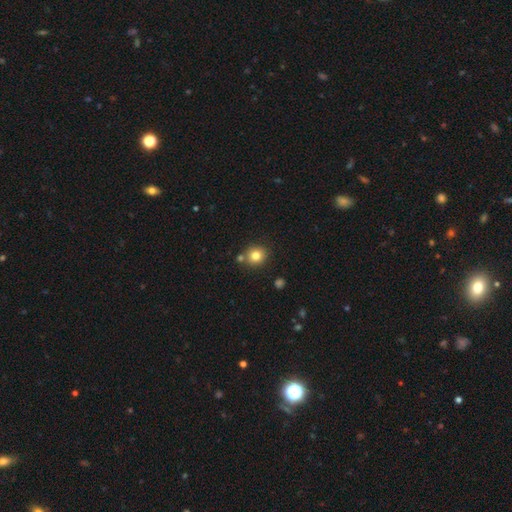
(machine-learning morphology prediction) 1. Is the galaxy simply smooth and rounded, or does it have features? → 81% smooth, 11% star or artifact, 8% featured or disk.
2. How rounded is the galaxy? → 85% round, 14% in between, 1% cigar-shaped.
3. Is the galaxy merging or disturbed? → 77% none, 11% merger, 9% minor disturbance, 2% major disturbance.